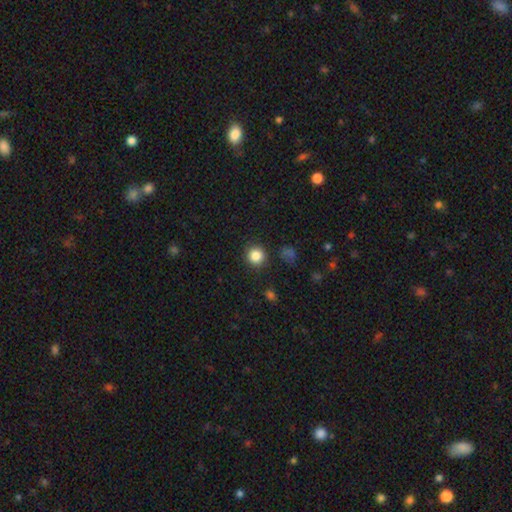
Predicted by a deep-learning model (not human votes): This is clearly a smooth galaxy (84%). How rounded: clearly round (93%). Merging: clearly none (89%).